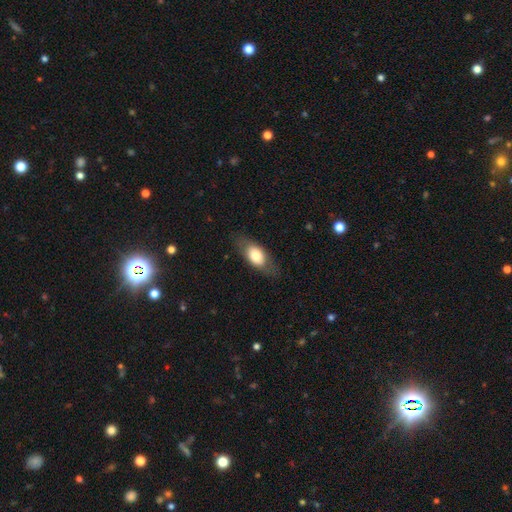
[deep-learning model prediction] Smooth or featured? Predicted: smooth (p=0.69). How rounded? Predicted: in between (p=0.82). Merging? Predicted: none (p=0.77).